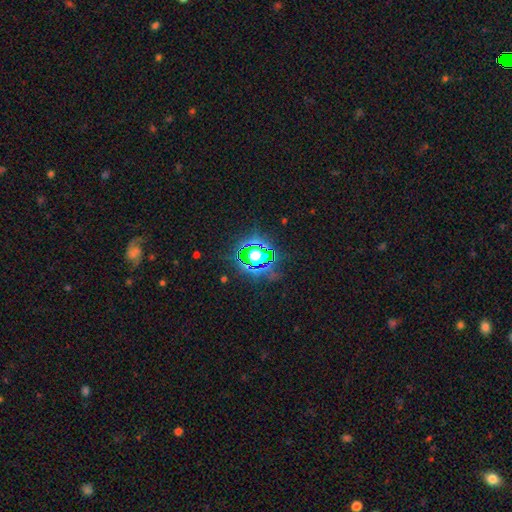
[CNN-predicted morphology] A star or artifact, not a galaxy (66%).

Vote fractions:
- Smooth or featured? star or artifact: 66% / smooth: 21% / featured or disk: 13%